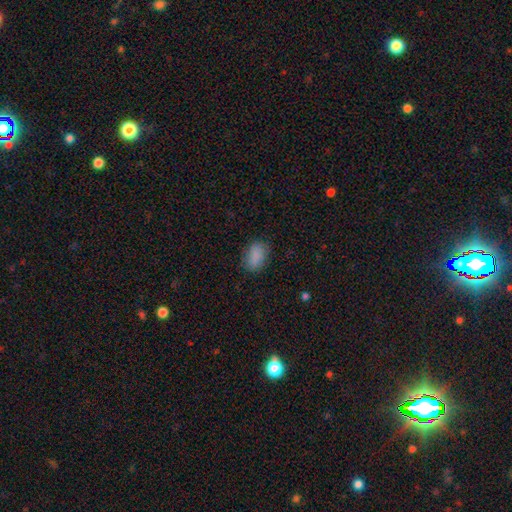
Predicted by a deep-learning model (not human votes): smooth 86%, star or artifact 9%, featured or disk 5%. Down the decision tree: how rounded — in between (86%); merging — none (81%).